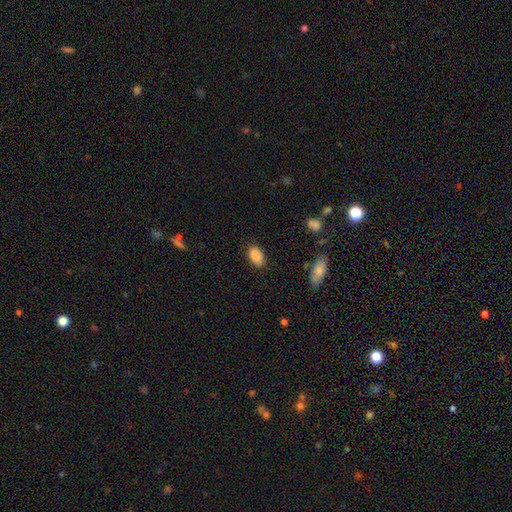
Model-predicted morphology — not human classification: This appears to be a smooth galaxy with no disk features (88%) that is in between round and cigar-shaped (93%). Merging: none (84%).